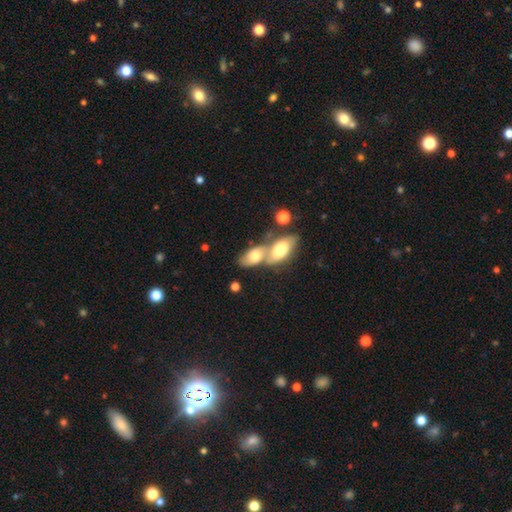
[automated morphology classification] smooth-or-featured: smooth: 66% | featured or disk: 26% | star or artifact: 8%
  how-rounded: in between: 87% | cigar-shaped: 7% | round: 6%
  merging: merger: 67% | none: 22% | minor disturbance: 7% | major disturbance: 4%